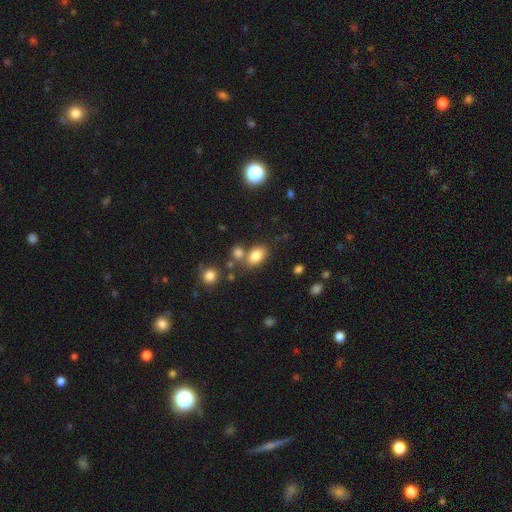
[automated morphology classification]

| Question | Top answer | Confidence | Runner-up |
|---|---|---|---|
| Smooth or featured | smooth | 82% | star or artifact (11%) |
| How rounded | in between | 82% | round (16%) |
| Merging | none | 61% | merger (22%) |